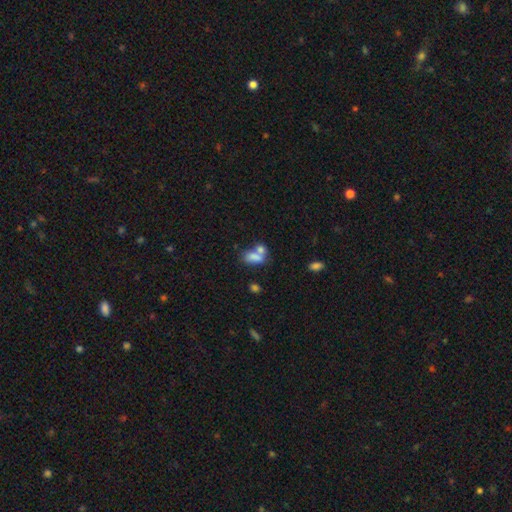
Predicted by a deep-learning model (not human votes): This appears to be a smooth galaxy with no disk features (75%) that is in between round and cigar-shaped (81%). Merging: merger (55%).